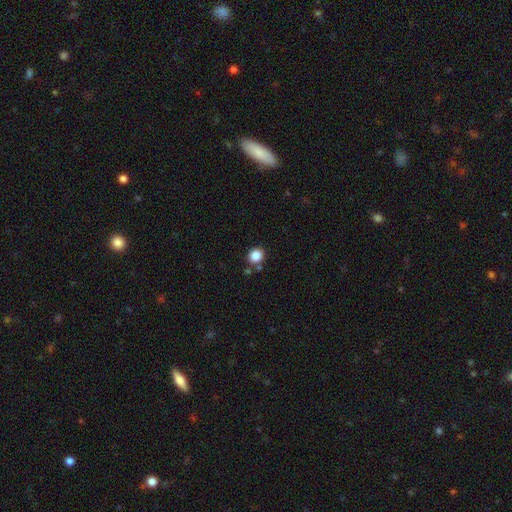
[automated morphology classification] Smooth or featured: smooth — 86% (star or artifact — 11%)
How rounded: round — 83% (in between — 16%)
Merging: none — 80% (minor disturbance — 9%)